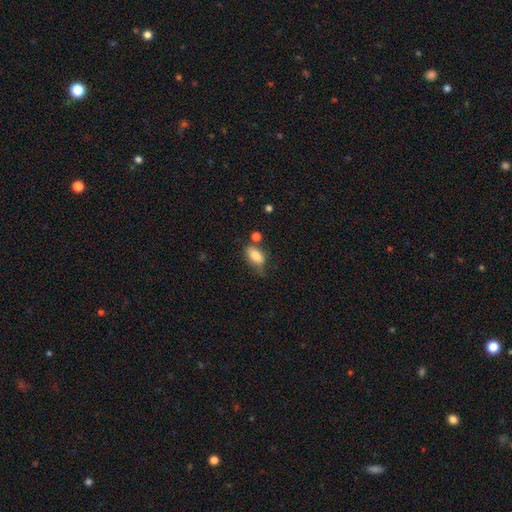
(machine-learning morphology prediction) smooth 84%, featured or disk 8%, star or artifact 8%. Down the decision tree: how rounded — in between (89%); merging — none (50%).